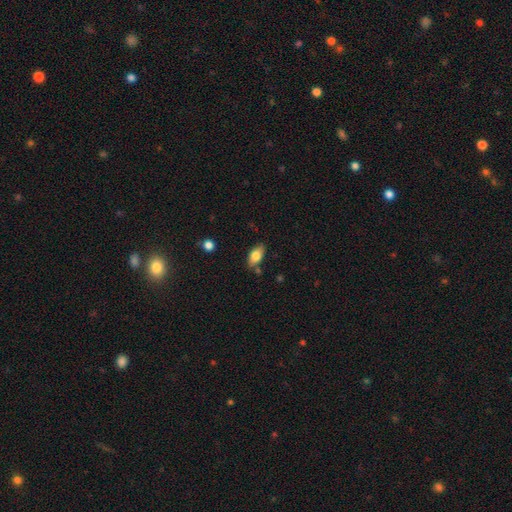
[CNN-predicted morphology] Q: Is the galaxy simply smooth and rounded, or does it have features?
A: smooth — 79%.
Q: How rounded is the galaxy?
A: in between — 90%.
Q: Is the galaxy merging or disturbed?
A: none — 78%.